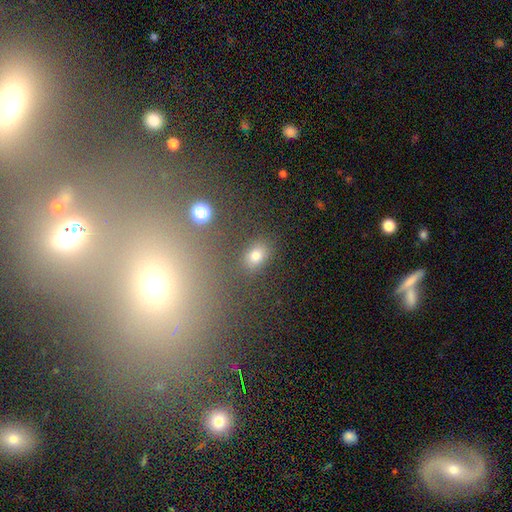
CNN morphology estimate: Q: Smooth or featured?
A: smooth (73%); runner-up: star or artifact (17%)
Q: How rounded?
A: in between (74%); runner-up: round (24%)
Q: Merging?
A: none (83%); runner-up: minor disturbance (9%)